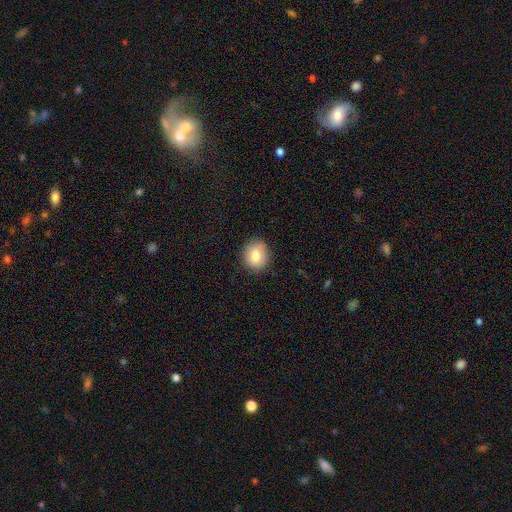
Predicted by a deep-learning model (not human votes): smooth-or-featured: smooth: 80% | featured or disk: 11% | star or artifact: 9%
  how-rounded: round: 71% | in between: 28% | cigar-shaped: 1%
  merging: none: 87% | minor disturbance: 9% | major disturbance: 2% | merger: 1%